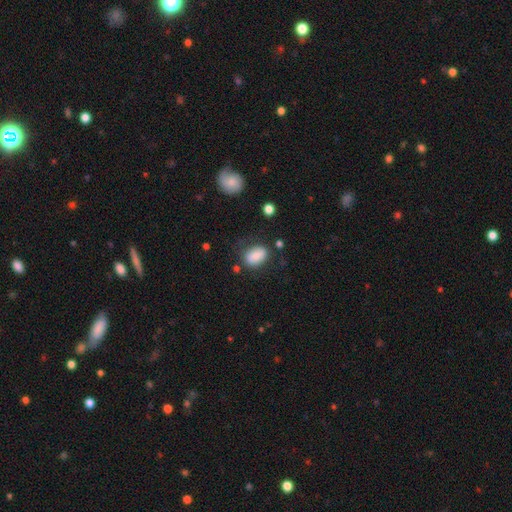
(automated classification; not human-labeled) A smooth galaxy with no disk features (81%) that is in between round and cigar-shaped (84%).

Vote fractions:
- Smooth or featured? smooth: 81% / featured or disk: 11% / star or artifact: 8%
- How rounded? in between: 84% / round: 14% / cigar-shaped: 2%
- Merging? none: 68% / minor disturbance: 20% / major disturbance: 8% / merger: 4%